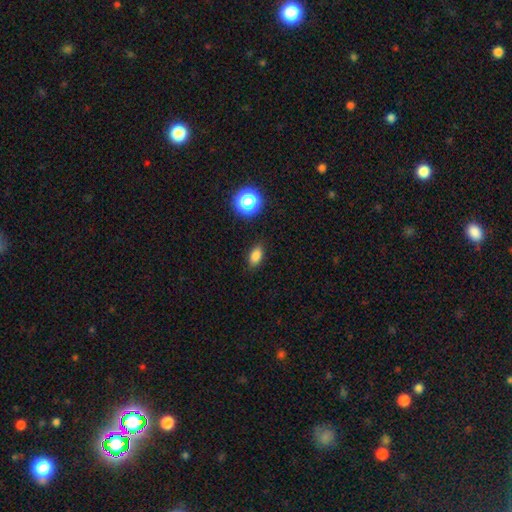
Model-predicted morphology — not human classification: Overall: smooth (82%). How rounded: in between (84%). Merging: none (86%).